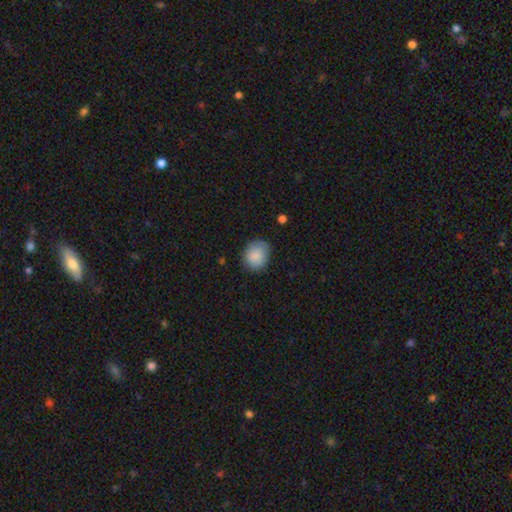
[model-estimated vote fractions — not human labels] smooth 88%, star or artifact 7%, featured or disk 5%. Down the decision tree: how rounded — round (65%); merging — none (78%).